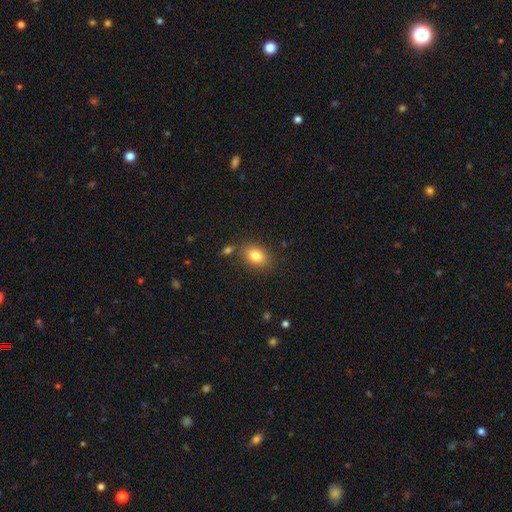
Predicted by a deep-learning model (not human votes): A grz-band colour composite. It shows a smooth galaxy with no disk features (81%) that is in between round and cigar-shaped (71%). Merging: none (79%).